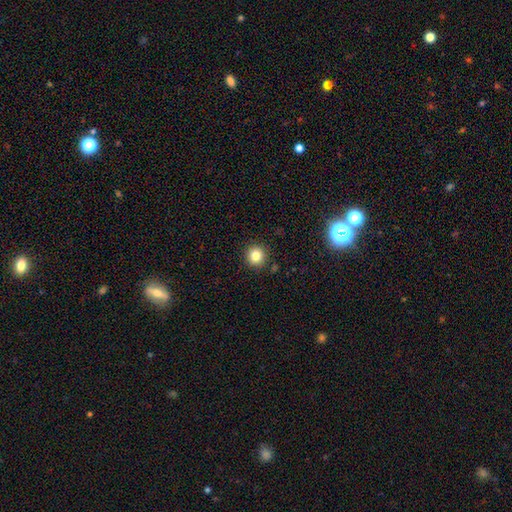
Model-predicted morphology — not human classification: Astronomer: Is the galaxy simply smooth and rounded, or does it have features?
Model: smooth — 82%.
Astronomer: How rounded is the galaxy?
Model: round — 94%.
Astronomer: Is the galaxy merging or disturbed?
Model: none — 90%.